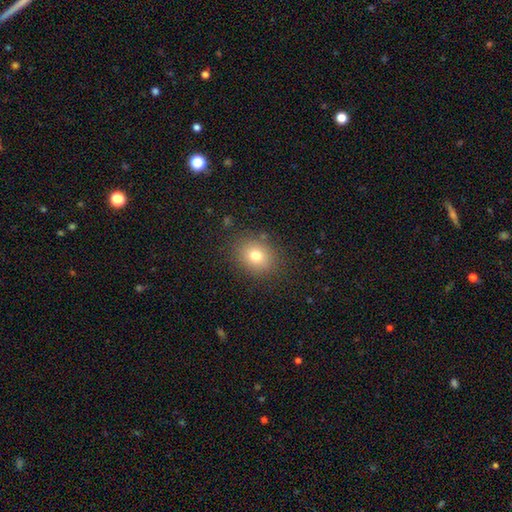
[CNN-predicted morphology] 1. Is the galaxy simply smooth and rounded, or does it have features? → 76% smooth, 12% star or artifact, 11% featured or disk.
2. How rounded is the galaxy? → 58% round, 41% in between, 1% cigar-shaped.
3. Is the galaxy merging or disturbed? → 84% none, 10% minor disturbance, 4% major disturbance, 2% merger.